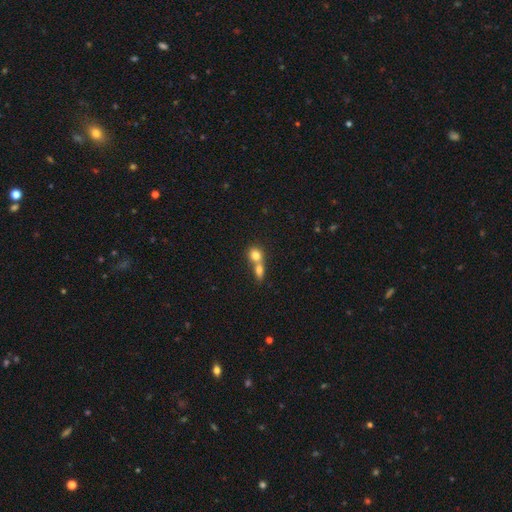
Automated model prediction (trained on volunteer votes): smooth-or-featured: smooth: 77% | featured or disk: 14% | star or artifact: 9%
  how-rounded: round: 59% | in between: 39% | cigar-shaped: 3%
  merging: merger: 69% | none: 23% | minor disturbance: 5% | major disturbance: 3%